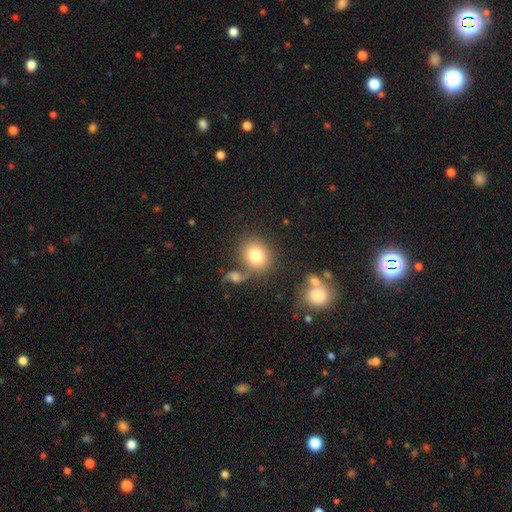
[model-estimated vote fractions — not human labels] Smooth or featured? smooth (78%)
How rounded? round (71%)
Merging? none (64%)